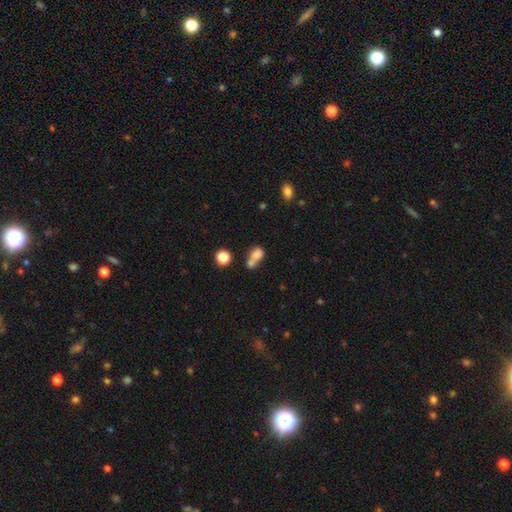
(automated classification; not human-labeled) Q: Smooth or featured?
A: smooth (73%); runner-up: featured or disk (14%)
Q: How rounded?
A: in between (60%); runner-up: round (37%)
Q: Merging?
A: merger (59%); runner-up: none (24%)